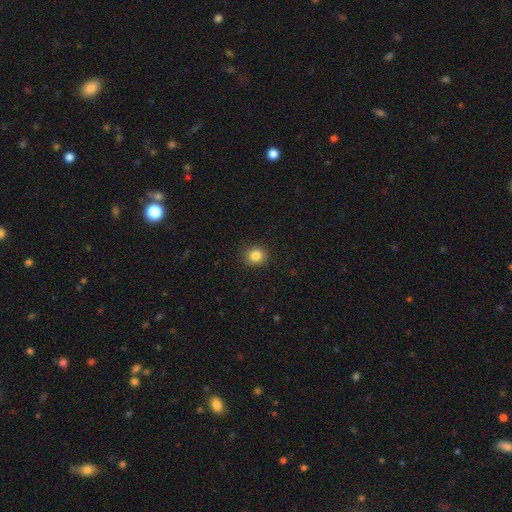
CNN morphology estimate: type=smooth (84%); roundness=round (83%); merging=none (90%).